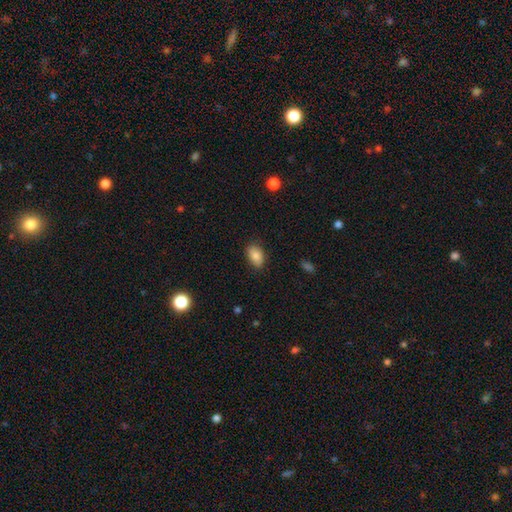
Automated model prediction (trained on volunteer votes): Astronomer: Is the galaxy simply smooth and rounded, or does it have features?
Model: smooth — 83%.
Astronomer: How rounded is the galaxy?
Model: in between — 88%.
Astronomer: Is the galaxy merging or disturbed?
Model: none — 81%.